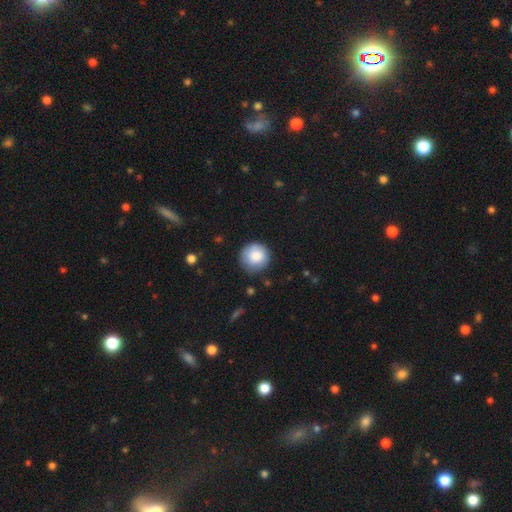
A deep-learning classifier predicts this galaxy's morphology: A smooth galaxy with no disk features (83%) that is round (94%). Merging: none (80%).